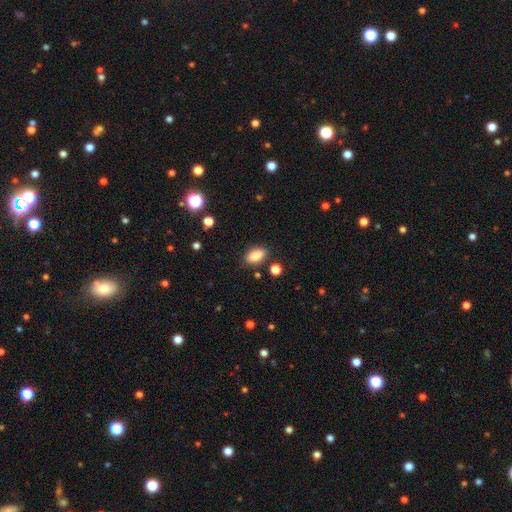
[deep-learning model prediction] Smooth or featured?
  - smooth: 84% *
  - star or artifact: 9%
  - featured or disk: 7%
How rounded?
  - in between: 89% *
  - round: 7%
  - cigar-shaped: 4%
Merging?
  - none: 84% *
  - minor disturbance: 11%
  - major disturbance: 3%
  - merger: 3%